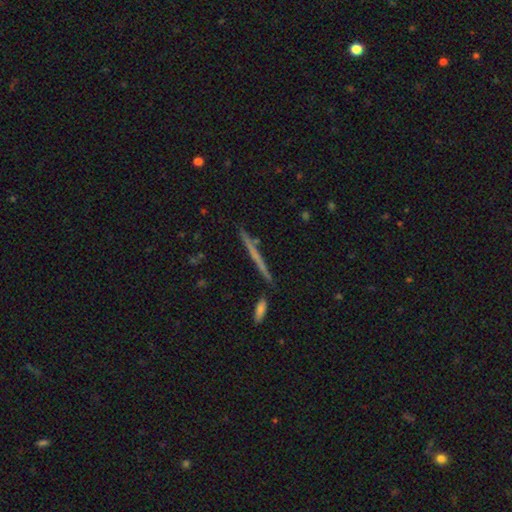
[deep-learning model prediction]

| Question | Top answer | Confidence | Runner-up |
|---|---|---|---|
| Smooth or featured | featured or disk | 55% | smooth (37%) |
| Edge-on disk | yes | 97% | no (3%) |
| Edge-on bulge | none | 85% | rounded (11%) |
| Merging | none | 88% | minor disturbance (7%) |